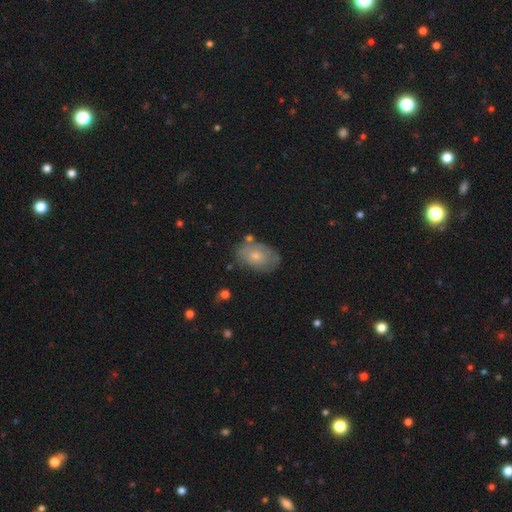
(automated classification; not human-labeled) Overall: smooth (58%; featured or disk 34%). How rounded: in between (85%). Merging: none (64%).